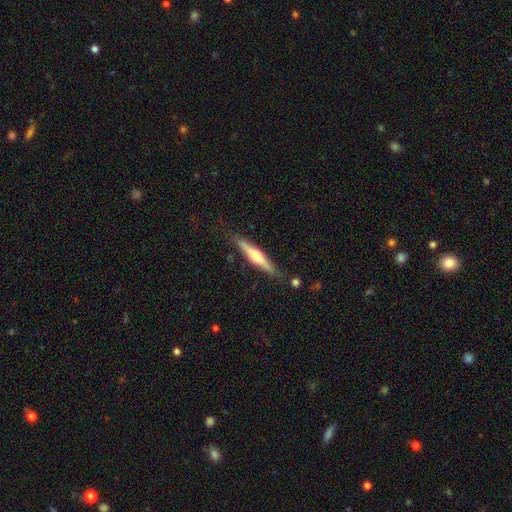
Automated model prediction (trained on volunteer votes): Morphology: type=featured or disk (61%); edge-on=yes (96%); edge-on bulge=rounded (89%); merging=none (82%).